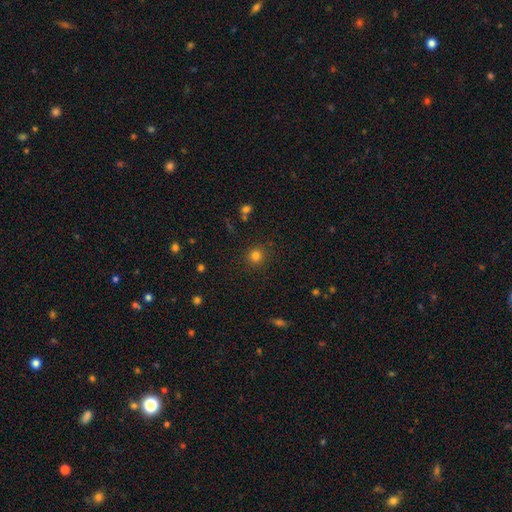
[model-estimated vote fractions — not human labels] This is likely a smooth galaxy (80%). How rounded: clearly round (93%). Merging: clearly none (89%).